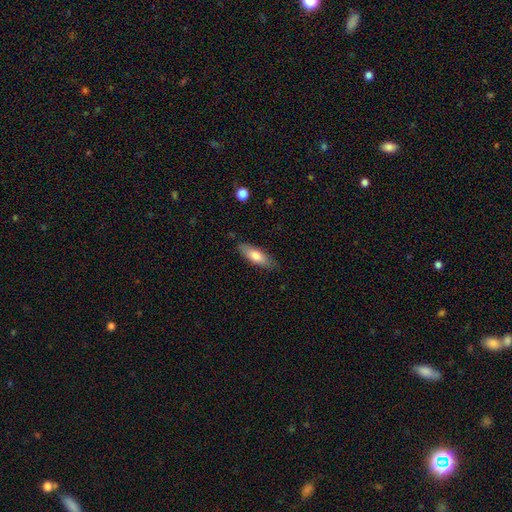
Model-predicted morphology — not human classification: type=smooth (74%); roundness=in between (60%); merging=none (83%).